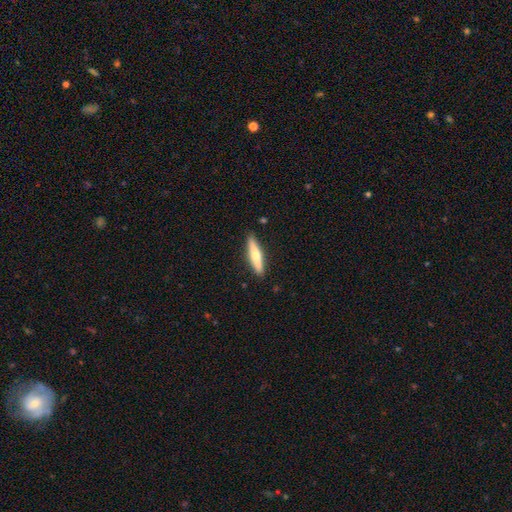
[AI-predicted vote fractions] smooth_or_featured: smooth (p=0.55) [alt: featured or disk p=0.40]
how_rounded: cigar-shaped (p=0.85) [alt: in between p=0.14]
merging: none (p=0.90) [alt: minor disturbance p=0.07]